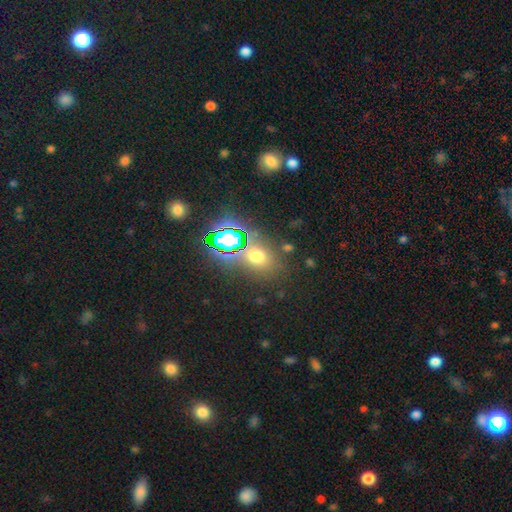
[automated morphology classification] Smooth or featured: smooth — 54% (star or artifact — 37%)
How rounded: in between — 50% (round — 48%)
Merging: none — 75% (minor disturbance — 11%)